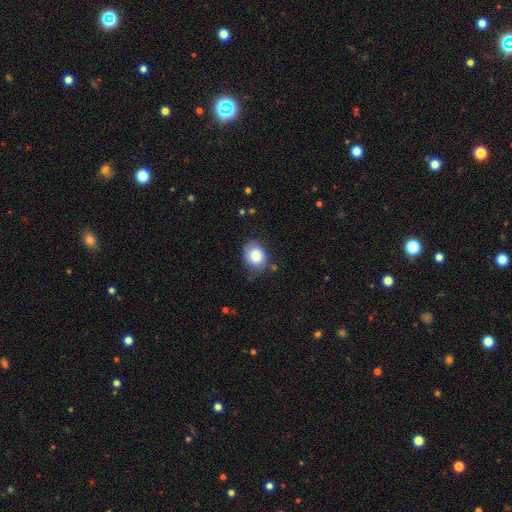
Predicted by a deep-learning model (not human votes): This is likely a smooth galaxy (76%). How rounded: possibly round (52%). Merging: possibly none (59%).